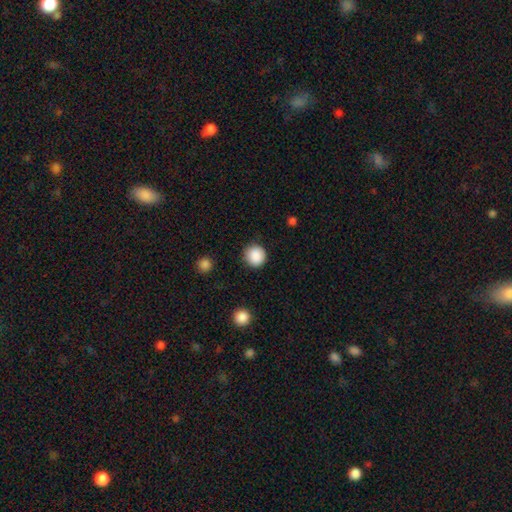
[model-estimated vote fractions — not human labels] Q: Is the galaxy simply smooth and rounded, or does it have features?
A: smooth — 88%.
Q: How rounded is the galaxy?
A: round — 95%.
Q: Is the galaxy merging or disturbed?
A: none — 89%.